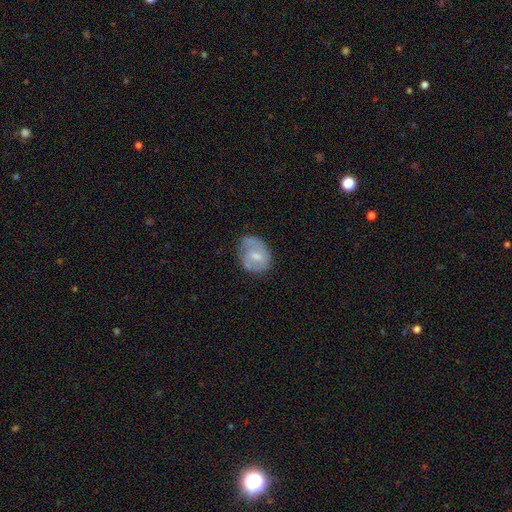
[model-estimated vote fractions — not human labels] This appears to be a smooth galaxy with no disk features (48%). Merging: none (48%).